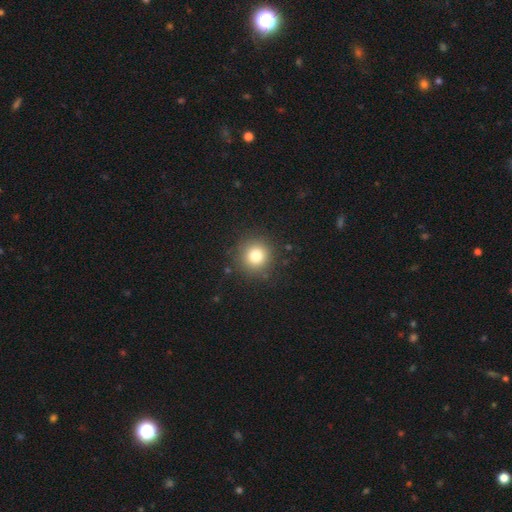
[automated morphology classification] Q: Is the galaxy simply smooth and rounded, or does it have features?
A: smooth — 78%.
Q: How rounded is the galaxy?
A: round — 94%.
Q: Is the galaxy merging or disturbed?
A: none — 88%.